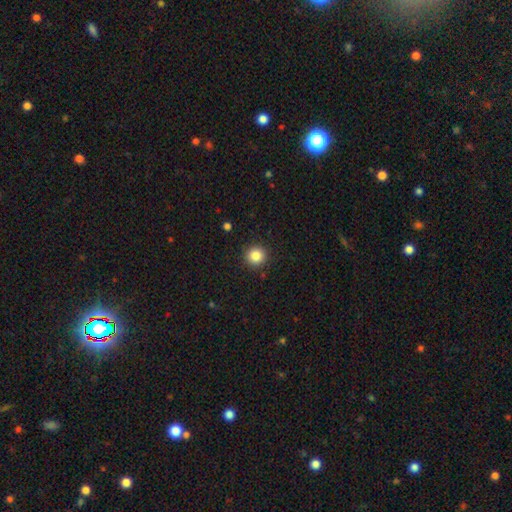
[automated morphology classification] Overall: smooth (85%). How rounded: round (94%). Merging: none (92%).